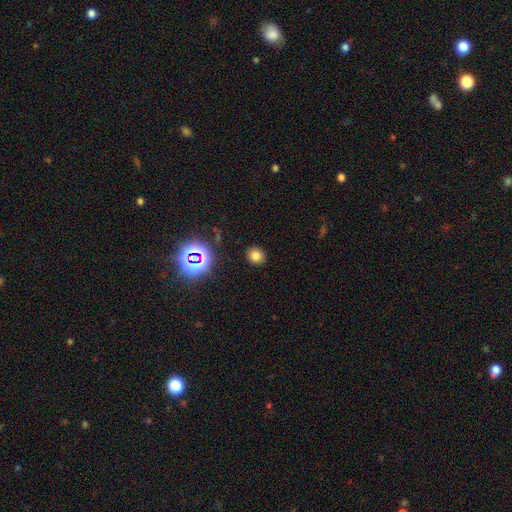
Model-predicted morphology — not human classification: smooth_or_featured: smooth (p=0.73) [alt: star or artifact p=0.20]
how_rounded: round (p=0.76) [alt: in between p=0.23]
merging: none (p=0.88) [alt: minor disturbance p=0.07]